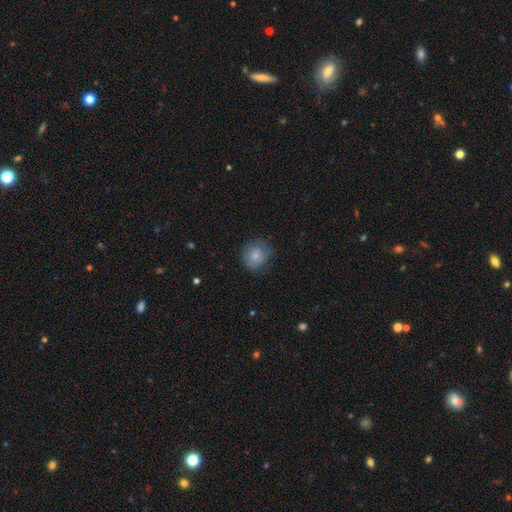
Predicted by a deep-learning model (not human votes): Overall: smooth (79%). How rounded: round (82%). Merging: none (74%).